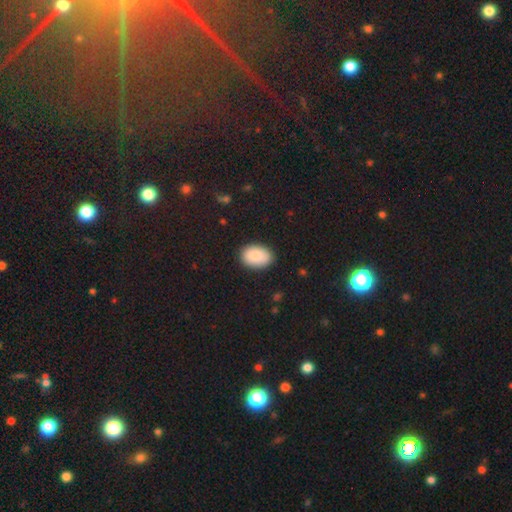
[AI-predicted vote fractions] Overall: smooth (89%). How rounded: in between (87%). Merging: none (87%).